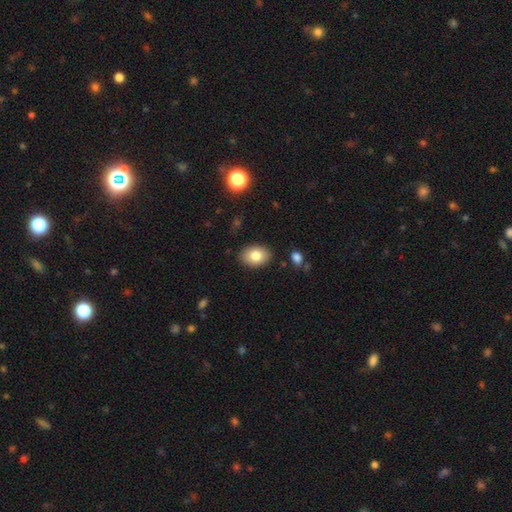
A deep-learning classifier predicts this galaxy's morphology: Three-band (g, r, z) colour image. It shows a smooth galaxy with no disk features (81%) that is in between round and cigar-shaped (79%). Merging: none (86%).